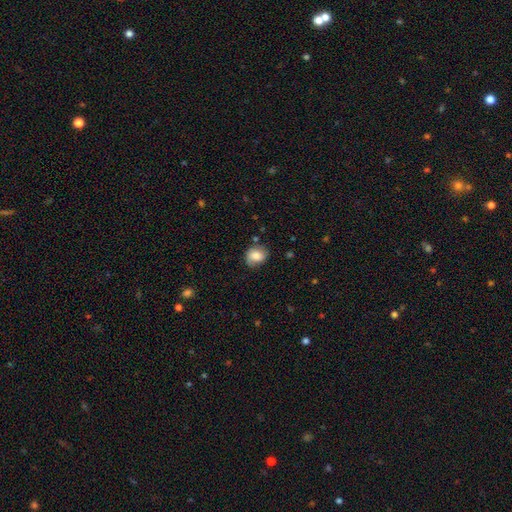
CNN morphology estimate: A smooth galaxy with no disk features (73%) that is round (63%).

Vote fractions:
- Smooth or featured? smooth: 73% / featured or disk: 19% / star or artifact: 9%
- How rounded? round: 63% / in between: 36% / cigar-shaped: 1%
- Merging? none: 69% / minor disturbance: 23% / major disturbance: 6% / merger: 2%